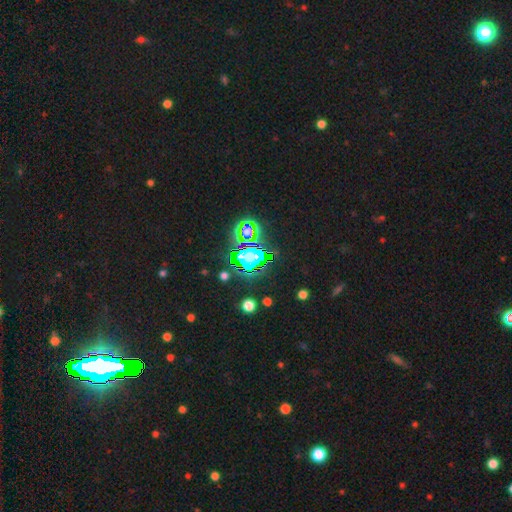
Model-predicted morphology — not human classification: This appears to be a star or artifact, not a galaxy (83%).